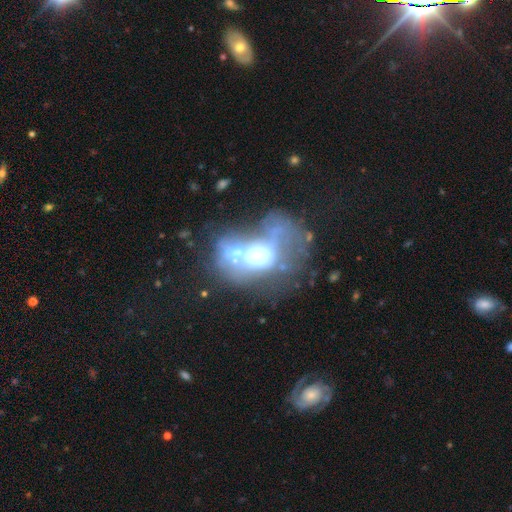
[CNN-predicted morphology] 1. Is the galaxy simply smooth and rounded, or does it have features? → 53% featured or disk, 31% smooth, 17% star or artifact.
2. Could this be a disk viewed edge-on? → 95% no, 5% yes.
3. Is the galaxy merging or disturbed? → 47% merger, 29% major disturbance, 14% none, 9% minor disturbance.